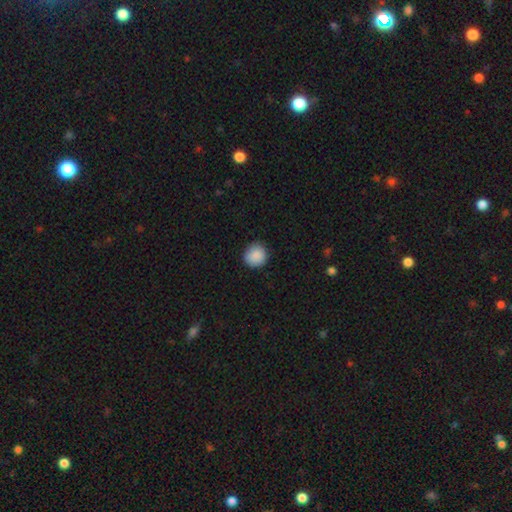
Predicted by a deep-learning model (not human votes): Q: Smooth or featured?
A: smooth (89%); runner-up: star or artifact (8%)
Q: How rounded?
A: round (91%); runner-up: in between (8%)
Q: Merging?
A: none (87%); runner-up: minor disturbance (10%)